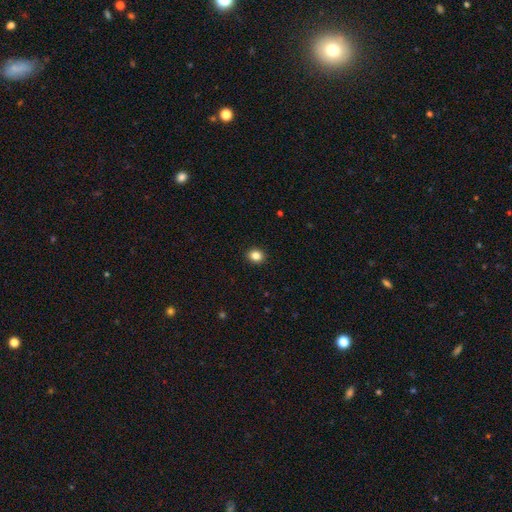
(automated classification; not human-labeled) A smooth galaxy with no disk features (85%) that is round (70%).

Vote fractions:
- Smooth or featured? smooth: 85% / star or artifact: 10% / featured or disk: 5%
- How rounded? round: 70% / in between: 30% / cigar-shaped: 1%
- Merging? none: 92% / minor disturbance: 5% / major disturbance: 2% / merger: 1%